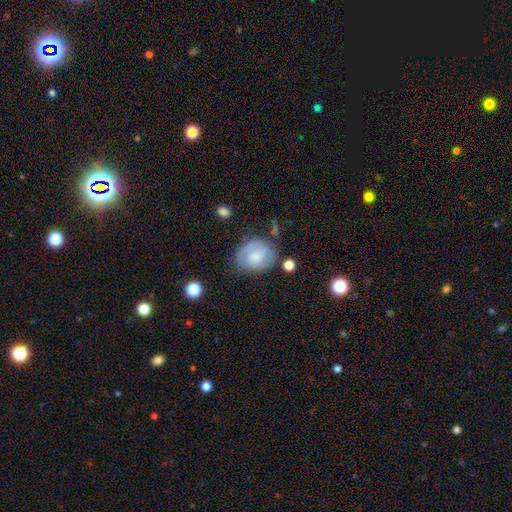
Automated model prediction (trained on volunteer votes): Morphology: type=smooth (56%); roundness=round (50%); merging=none (62%).